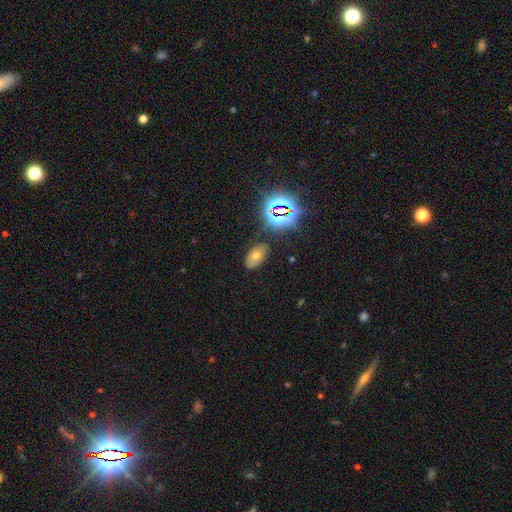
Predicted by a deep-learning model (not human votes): smooth_or_featured: smooth (p=0.52) [alt: star or artifact p=0.29]
how_rounded: in between (p=0.90) [alt: round p=0.08]
merging: none (p=0.80) [alt: minor disturbance p=0.13]